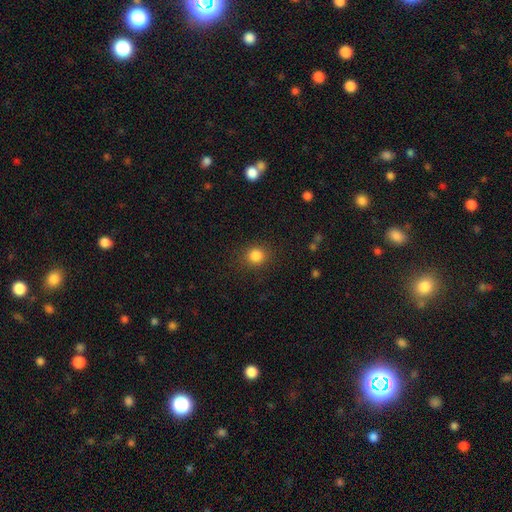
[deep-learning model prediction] smooth-or-featured: smooth: 84% | star or artifact: 11% | featured or disk: 4%
  how-rounded: round: 86% | in between: 13% | cigar-shaped: 1%
  merging: none: 89% | minor disturbance: 7% | major disturbance: 3% | merger: 1%